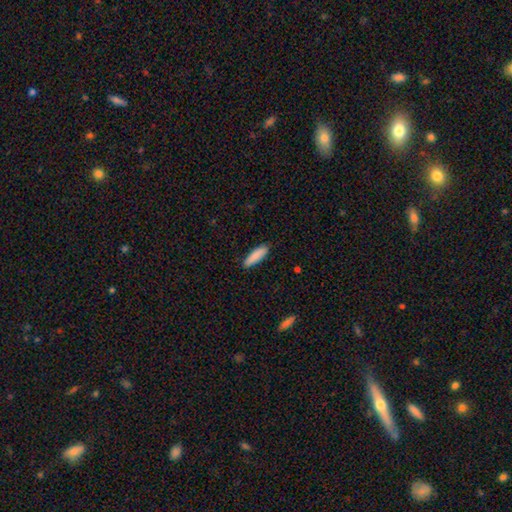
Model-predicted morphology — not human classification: The model was most divided on "how rounded": cigar-shaped: 59%, in between: 40%, round: 1%. More confident: merging — none (88%); smooth or featured — smooth (88%).